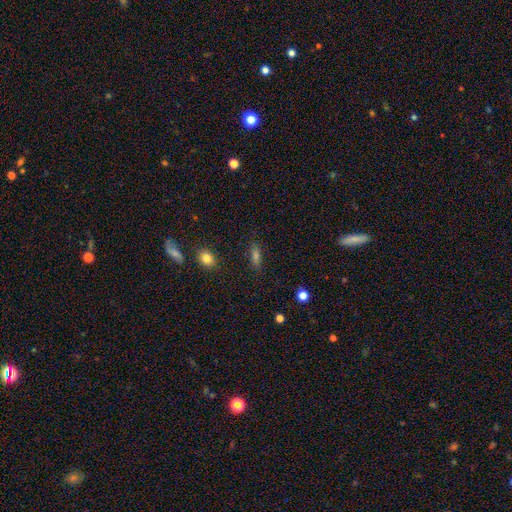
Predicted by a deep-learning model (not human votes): Smooth or featured? smooth (70%)
How rounded? in between (55%)
Merging? none (82%)